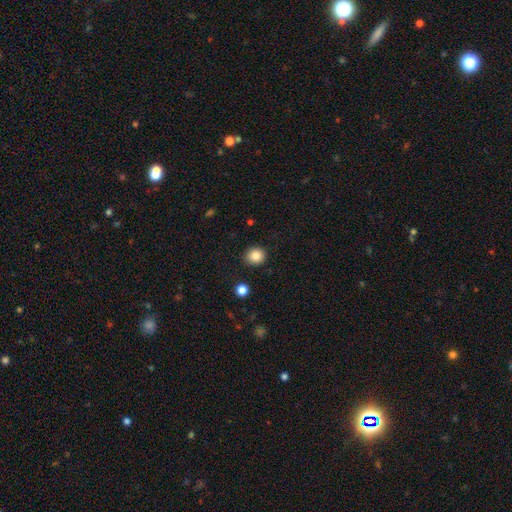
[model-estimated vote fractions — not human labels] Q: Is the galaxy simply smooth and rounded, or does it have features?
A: smooth — 85%.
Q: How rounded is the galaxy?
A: round — 84%.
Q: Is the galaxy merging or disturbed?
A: none — 90%.